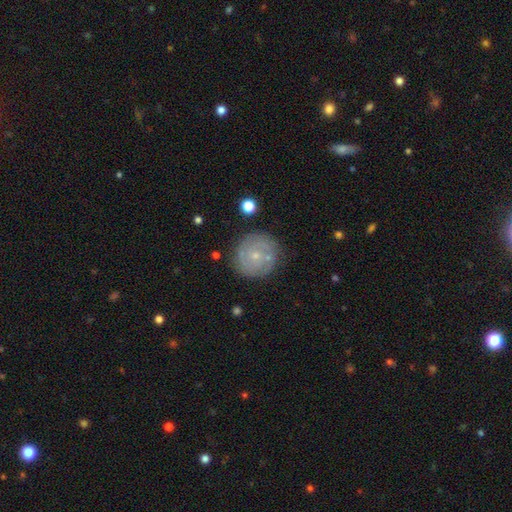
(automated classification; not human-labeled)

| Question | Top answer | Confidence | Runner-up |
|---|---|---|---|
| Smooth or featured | featured or disk | 69% | smooth (23%) |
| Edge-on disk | no | 98% | yes (2%) |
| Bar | no | 78% | weak (18%) |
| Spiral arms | yes | 85% | no (15%) |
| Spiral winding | tight | 72% | medium (22%) |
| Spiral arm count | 2 | 37% | can't tell (33%) |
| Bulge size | small | 78% | moderate (18%) |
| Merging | none | 81% | minor disturbance (13%) |